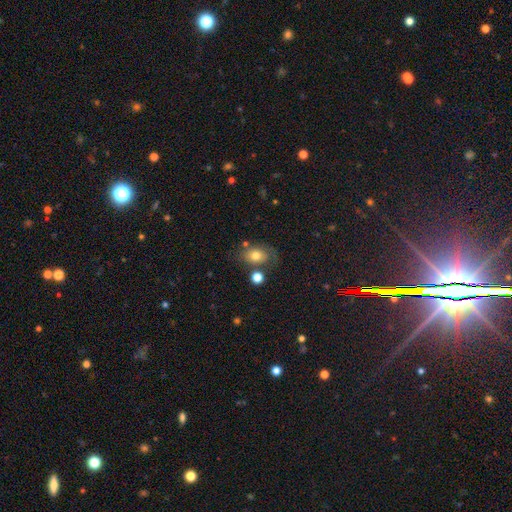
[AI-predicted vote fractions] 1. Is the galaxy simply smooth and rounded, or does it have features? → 68% smooth, 21% featured or disk, 11% star or artifact.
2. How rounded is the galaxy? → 68% in between, 31% round, 1% cigar-shaped.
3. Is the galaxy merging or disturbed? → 58% none, 20% minor disturbance, 11% merger, 11% major disturbance.